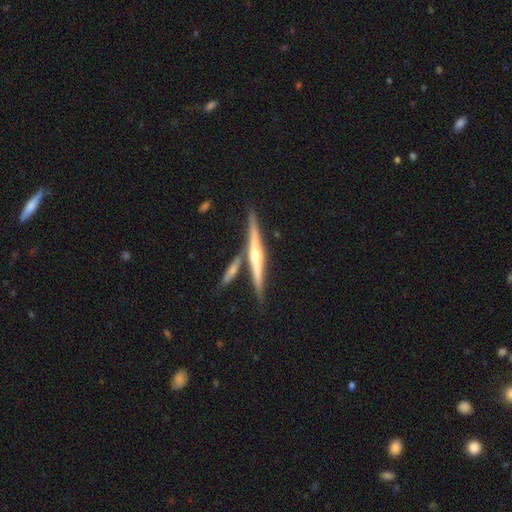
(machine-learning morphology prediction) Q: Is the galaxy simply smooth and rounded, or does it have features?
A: featured or disk — 77%.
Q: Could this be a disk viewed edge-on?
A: yes — 98%.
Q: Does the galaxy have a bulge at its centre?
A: rounded — 81%.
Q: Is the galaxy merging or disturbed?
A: none — 75%.